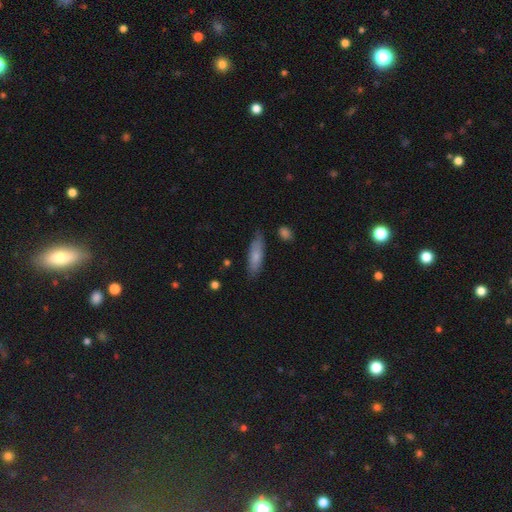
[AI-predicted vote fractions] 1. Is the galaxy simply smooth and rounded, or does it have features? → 74% smooth, 20% featured or disk, 6% star or artifact.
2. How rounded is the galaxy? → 54% cigar-shaped, 44% in between, 2% round.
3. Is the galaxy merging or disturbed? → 75% none, 19% minor disturbance, 3% major disturbance, 2% merger.